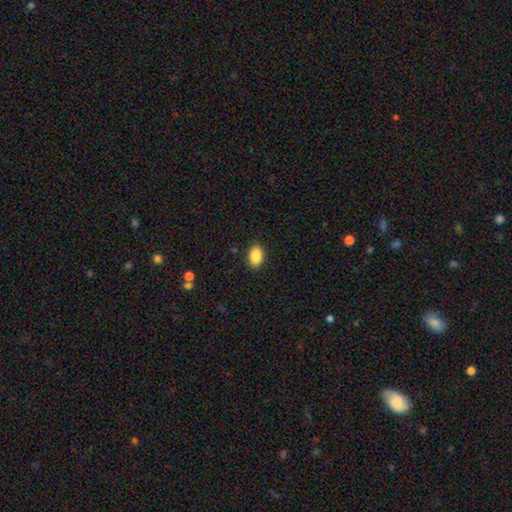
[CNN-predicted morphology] The model was most divided on "smooth or featured": smooth: 88%, star or artifact: 8%, featured or disk: 5%. More confident: how rounded — in between (89%); merging — none (89%).